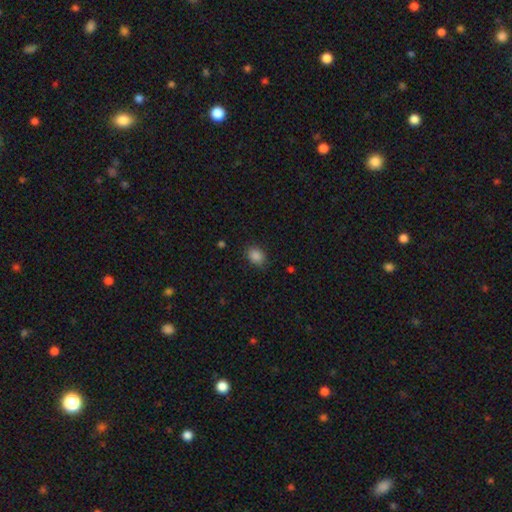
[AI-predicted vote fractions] Smooth or featured?
  - smooth: 87% *
  - star or artifact: 10%
  - featured or disk: 3%
How rounded?
  - in between: 61% *
  - round: 38%
  - cigar-shaped: 1%
Merging?
  - none: 81% *
  - minor disturbance: 14%
  - major disturbance: 3%
  - merger: 1%